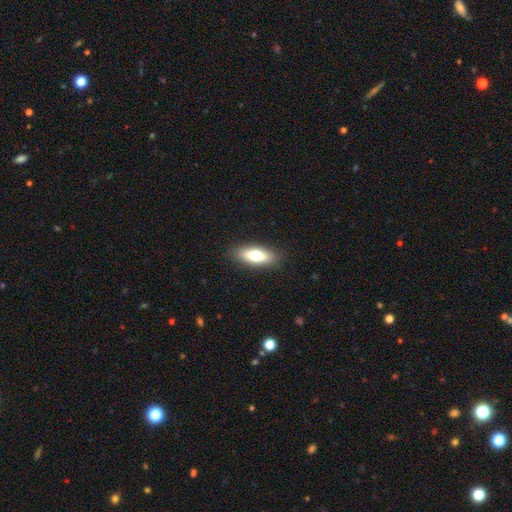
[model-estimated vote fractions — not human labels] Smooth or featured: smooth — 68% (featured or disk — 25%)
How rounded: in between — 62% (cigar-shaped — 35%)
Merging: none — 88% (minor disturbance — 9%)